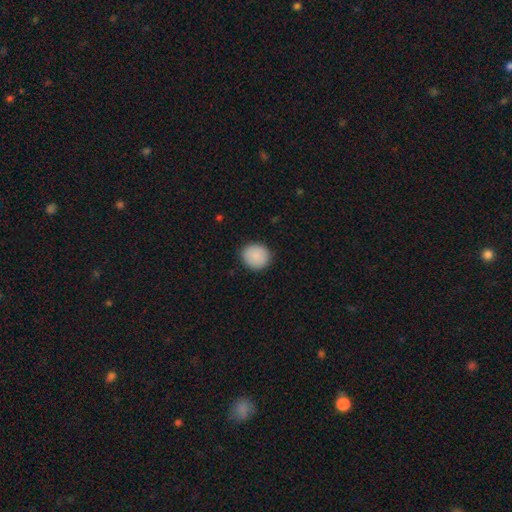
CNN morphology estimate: A smooth galaxy with no disk features (89%) that is round (83%). Merging: none (89%).